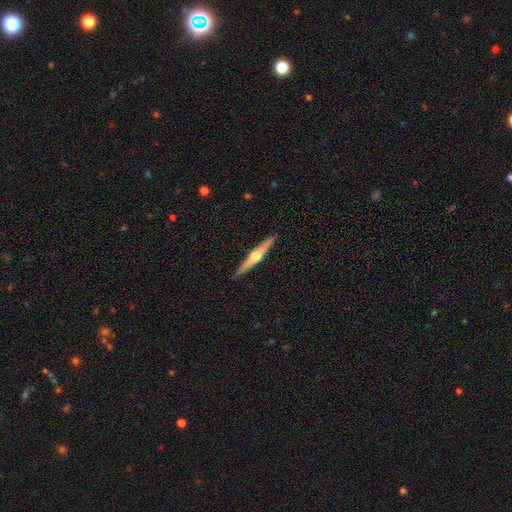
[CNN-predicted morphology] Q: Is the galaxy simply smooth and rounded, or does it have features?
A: featured or disk — 69%.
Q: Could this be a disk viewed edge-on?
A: yes — 98%.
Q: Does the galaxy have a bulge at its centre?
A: rounded — 93%.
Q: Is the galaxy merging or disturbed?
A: none — 91%.